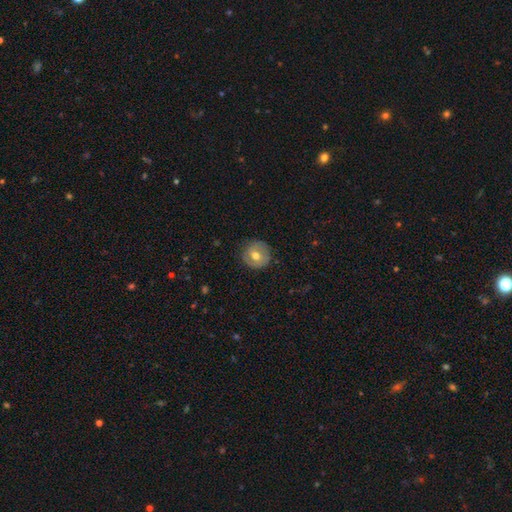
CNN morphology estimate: smooth-or-featured: smooth: 60% | featured or disk: 32% | star or artifact: 8%
  how-rounded: round: 92% | in between: 7% | cigar-shaped: 1%
  merging: none: 84% | minor disturbance: 12% | major disturbance: 3% | merger: 1%